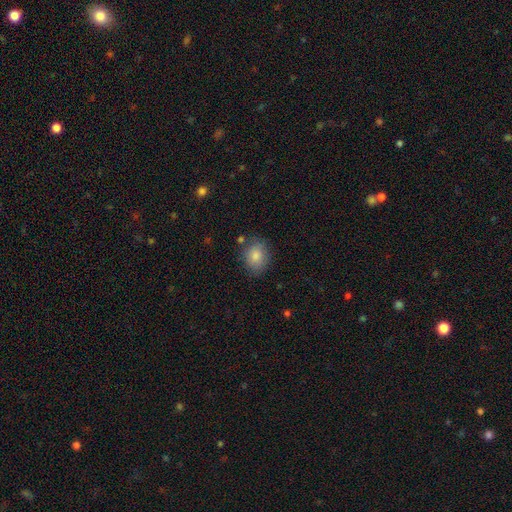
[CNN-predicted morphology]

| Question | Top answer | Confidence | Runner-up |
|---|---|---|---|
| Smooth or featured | smooth | 84% | featured or disk (8%) |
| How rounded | round | 52% | in between (47%) |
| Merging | none | 76% | minor disturbance (16%) |